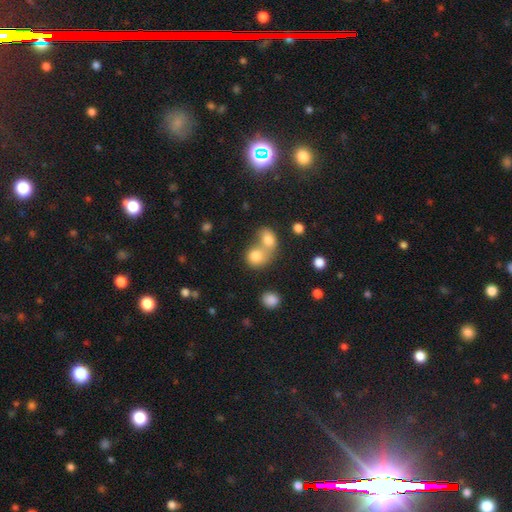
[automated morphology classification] Overall: smooth (78%). How rounded: round (64%; in between 35%). Merging: merger (69%).